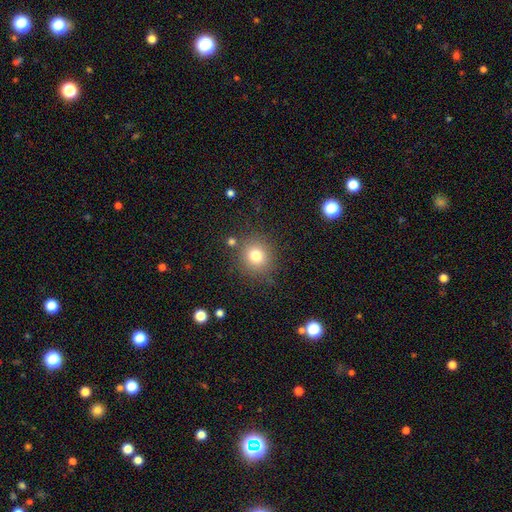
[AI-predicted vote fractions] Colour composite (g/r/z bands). It shows a smooth galaxy with no disk features (77%) that is round (87%). Merging: none (83%).